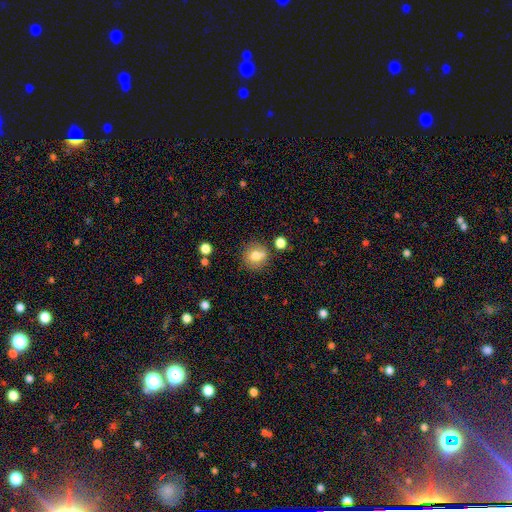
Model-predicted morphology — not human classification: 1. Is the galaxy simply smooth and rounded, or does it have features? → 75% smooth, 14% featured or disk, 11% star or artifact.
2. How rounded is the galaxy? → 86% round, 13% in between, 1% cigar-shaped.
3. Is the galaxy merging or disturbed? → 71% none, 13% merger, 13% minor disturbance, 4% major disturbance.